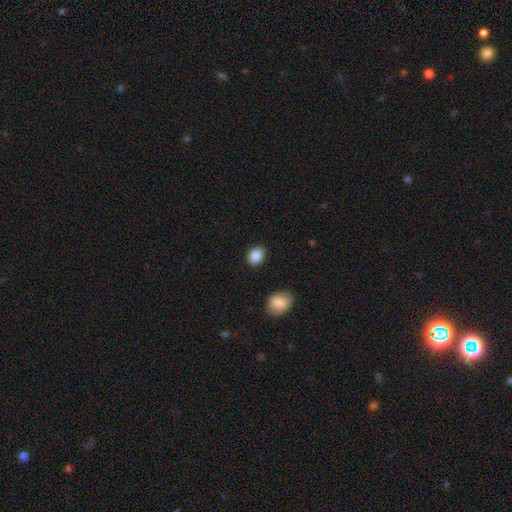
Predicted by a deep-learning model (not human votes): This appears to be a smooth galaxy with no disk features (88%) that is in between round and cigar-shaped (53%). Merging: none (85%).